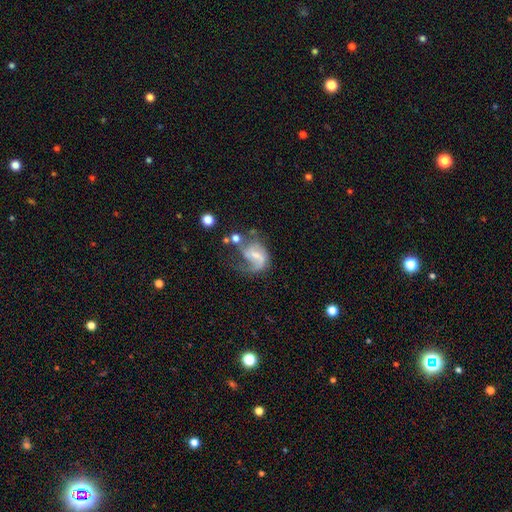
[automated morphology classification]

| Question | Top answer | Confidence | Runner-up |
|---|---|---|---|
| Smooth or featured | featured or disk | 68% | smooth (23%) |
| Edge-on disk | no | 98% | yes (2%) |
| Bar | weak | 48% | no (34%) |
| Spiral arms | yes | 83% | no (17%) |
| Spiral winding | loose | 49% | medium (38%) |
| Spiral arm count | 1 | 49% | 2 (36%) |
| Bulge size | small | 42% | moderate (27%) |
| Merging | major disturbance | 40% | none (27%) |